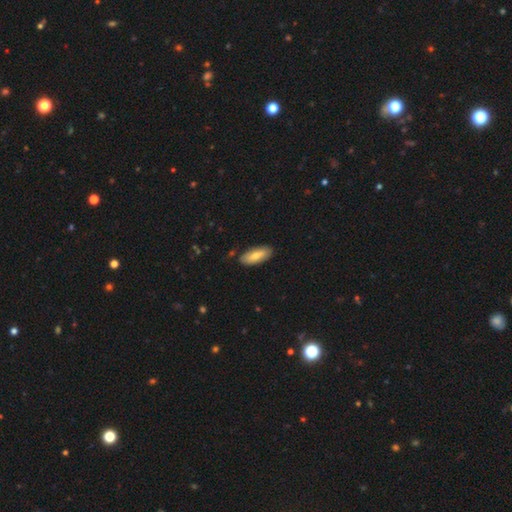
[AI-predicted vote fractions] Smooth or featured: smooth — 71% (featured or disk — 23%)
How rounded: in between — 81% (cigar-shaped — 18%)
Merging: none — 85% (minor disturbance — 11%)